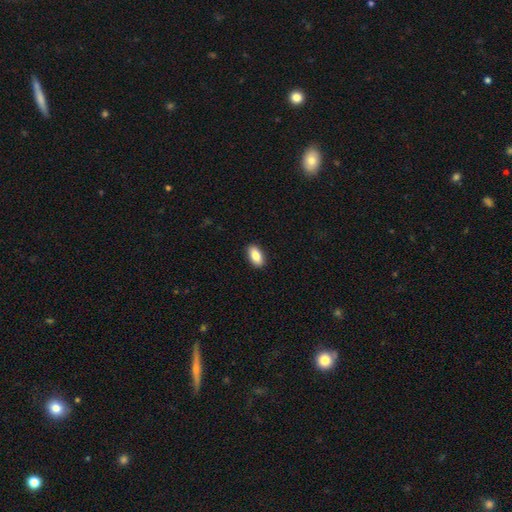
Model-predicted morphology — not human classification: smooth 85%, featured or disk 8%, star or artifact 7%. Down the decision tree: how rounded — in between (92%); merging — none (90%).